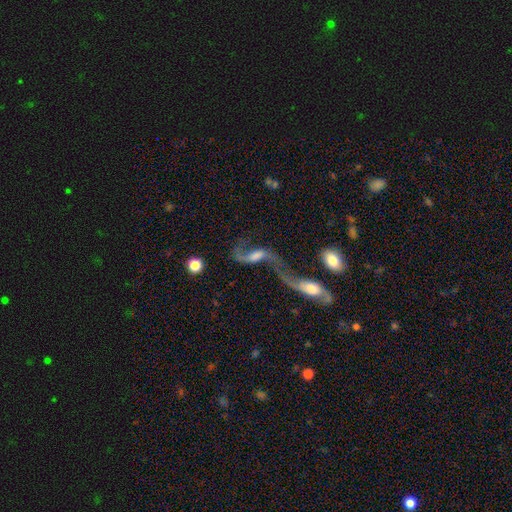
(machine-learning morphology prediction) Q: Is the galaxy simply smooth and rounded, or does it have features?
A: featured or disk — 76%.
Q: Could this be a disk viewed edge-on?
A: no — 91%.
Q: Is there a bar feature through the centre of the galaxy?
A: weak — 42%.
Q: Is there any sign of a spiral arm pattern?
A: yes — 88%.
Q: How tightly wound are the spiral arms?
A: loose — 89%.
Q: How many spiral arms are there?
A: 2 — 86%.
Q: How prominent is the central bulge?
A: moderate — 33%.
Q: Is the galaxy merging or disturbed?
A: merger — 60%.